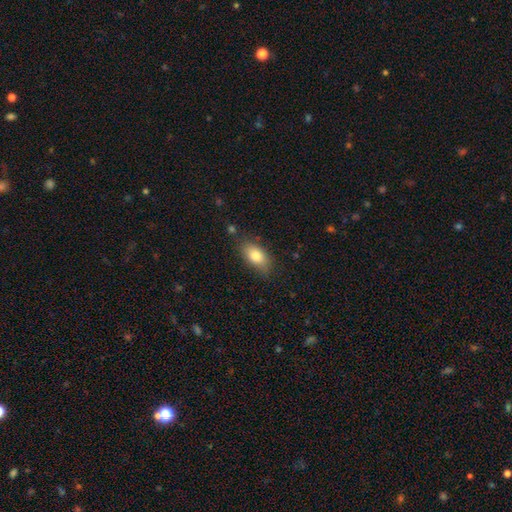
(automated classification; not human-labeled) smooth 82%, featured or disk 11%, star or artifact 7%. Down the decision tree: how rounded — in between (90%); merging — none (78%).